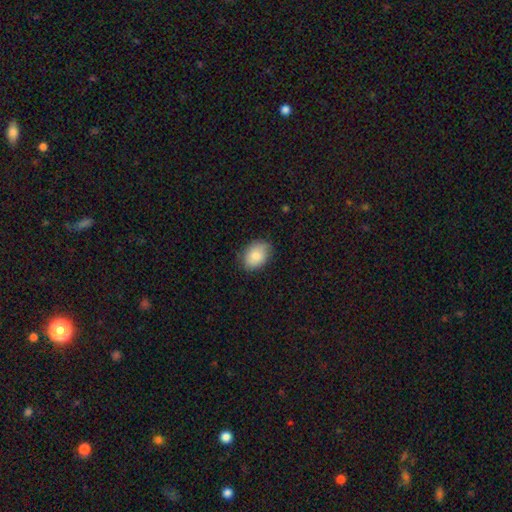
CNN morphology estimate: type=smooth (85%); roundness=in between (76%); merging=none (80%).